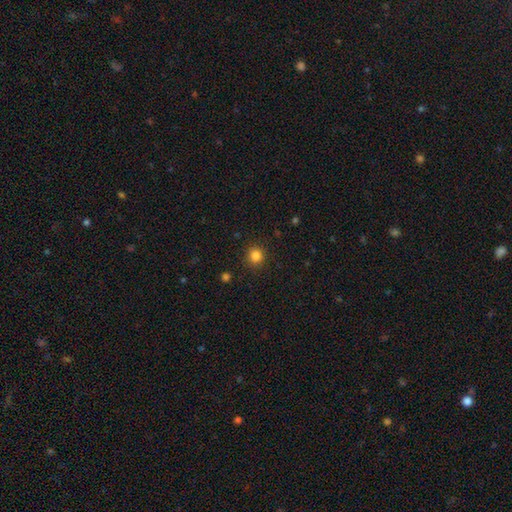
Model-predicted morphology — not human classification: A smooth galaxy with no disk features (83%) that is round (92%). Merging: none (90%).